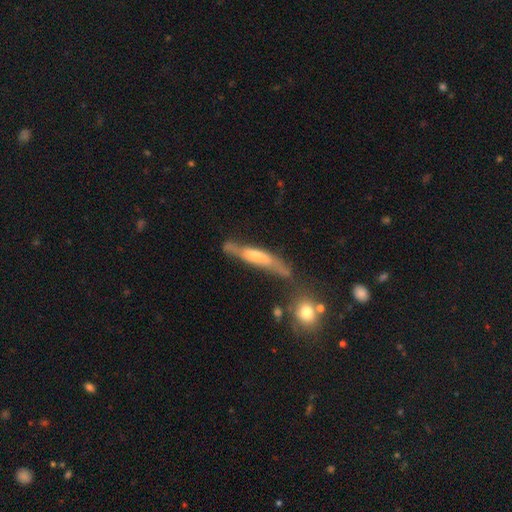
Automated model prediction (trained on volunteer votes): Smooth or featured? featured or disk (62%)
Edge-on disk? yes (63%)
Merging? none (50%)